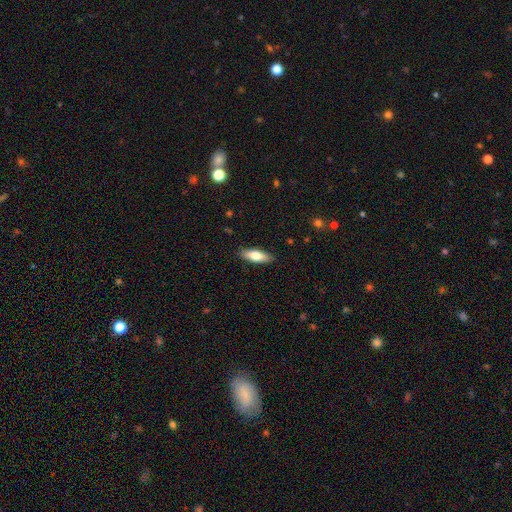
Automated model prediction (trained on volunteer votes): Smooth or featured?
  - smooth: 75% *
  - featured or disk: 19%
  - star or artifact: 6%
How rounded?
  - in between: 65% *
  - cigar-shaped: 33%
  - round: 2%
Merging?
  - none: 88% *
  - minor disturbance: 9%
  - major disturbance: 2%
  - merger: 1%